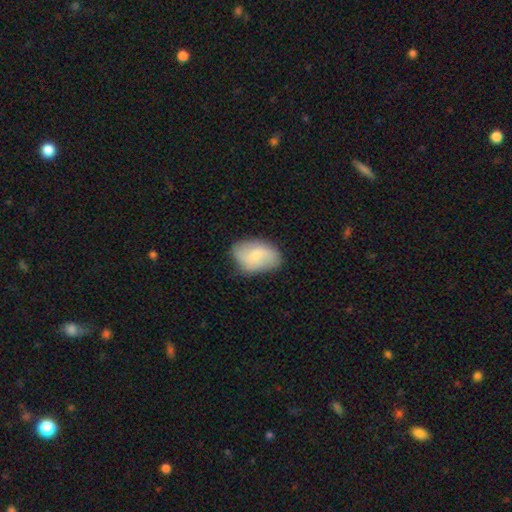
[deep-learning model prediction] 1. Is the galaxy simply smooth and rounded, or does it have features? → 58% smooth, 35% featured or disk, 7% star or artifact.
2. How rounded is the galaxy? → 84% in between, 14% round, 1% cigar-shaped.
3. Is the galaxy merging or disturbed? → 69% none, 24% minor disturbance, 6% major disturbance, 1% merger.